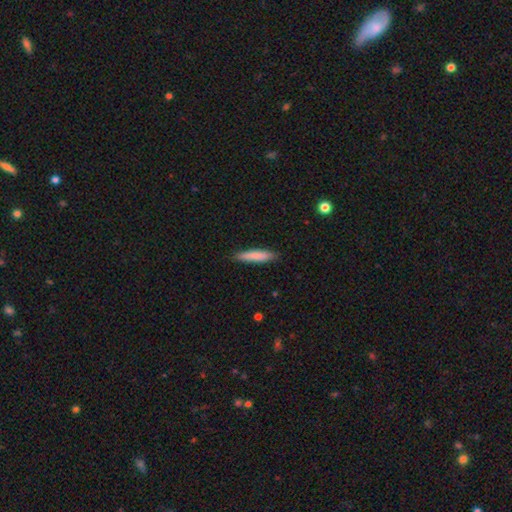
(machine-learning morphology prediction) This is clearly a smooth galaxy (81%). How rounded: clearly cigar-shaped (87%). Merging: clearly none (88%).